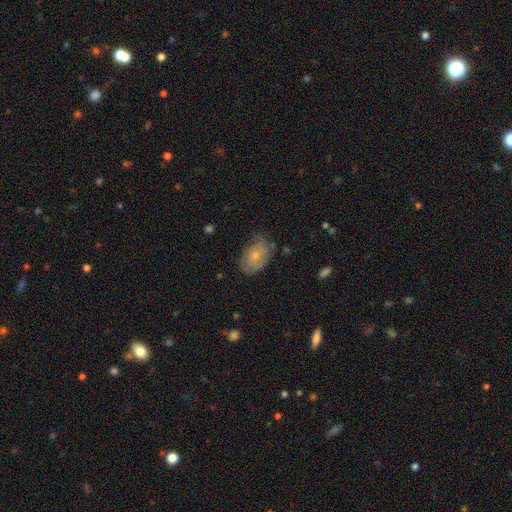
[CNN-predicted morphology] Smooth or featured: smooth — 61% (featured or disk — 32%)
How rounded: in between — 86% (round — 13%)
Merging: none — 62% (minor disturbance — 29%)